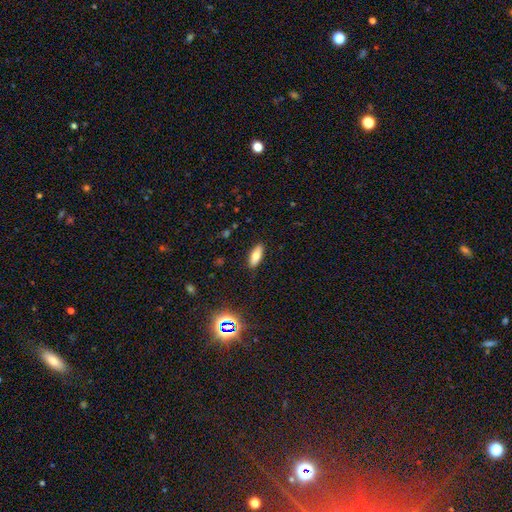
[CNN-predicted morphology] This appears to be a smooth galaxy with no disk features (70%) that is in between round and cigar-shaped (70%). Merging: none (88%).